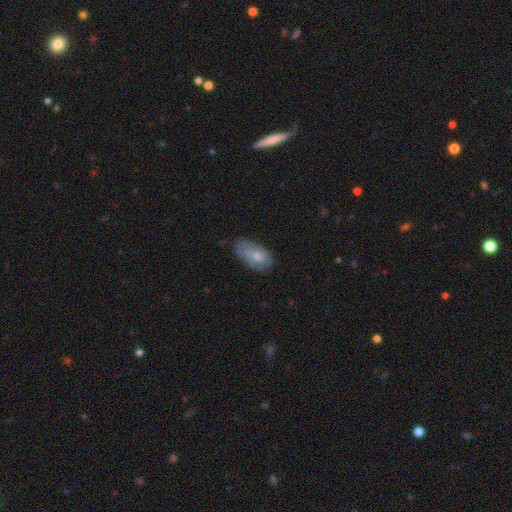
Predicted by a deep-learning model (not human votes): Smooth or featured? Predicted: smooth (p=0.69). How rounded? Predicted: in between (p=0.92). Merging? Predicted: none (p=0.64).